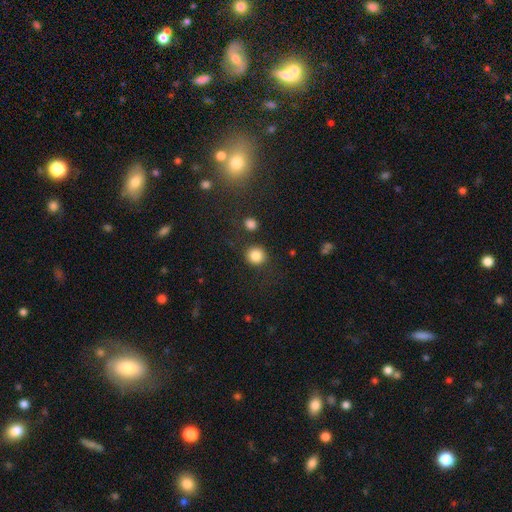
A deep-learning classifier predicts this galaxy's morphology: This appears to be a smooth galaxy with no disk features (86%) that is round (91%). Merging: none (82%).